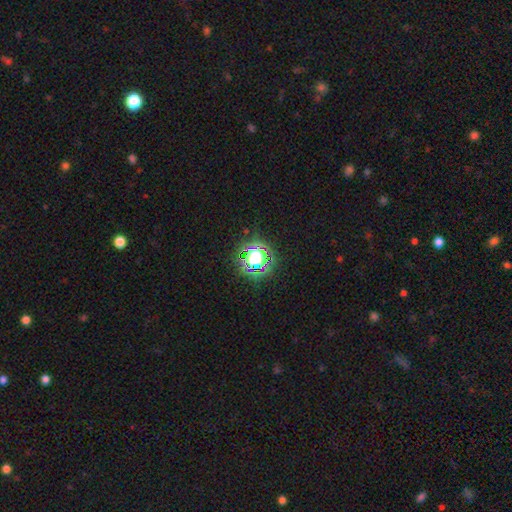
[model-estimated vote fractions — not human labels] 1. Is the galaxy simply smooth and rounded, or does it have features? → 58% star or artifact, 30% smooth, 12% featured or disk.